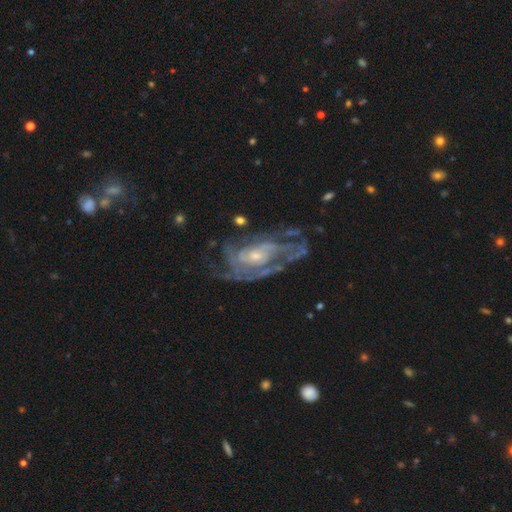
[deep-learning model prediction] Overall: featured or disk (87%). Edge-on disk: no (96%). Bar: no (65%; weak 28%). Spiral arms: yes (90%). Spiral arm count: can't tell (38%; 2 20%). Spiral winding: tight (47%; medium 39%). Bulge size: small (59%; moderate 34%). Merging: none (53%; major disturbance 23%).